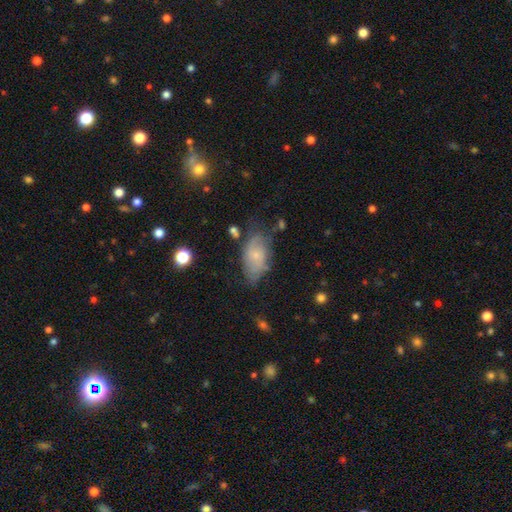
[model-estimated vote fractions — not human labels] Q: Smooth or featured?
A: smooth (51%); runner-up: featured or disk (40%)
Q: How rounded?
A: in between (91%); runner-up: round (6%)
Q: Merging?
A: none (55%); runner-up: minor disturbance (29%)